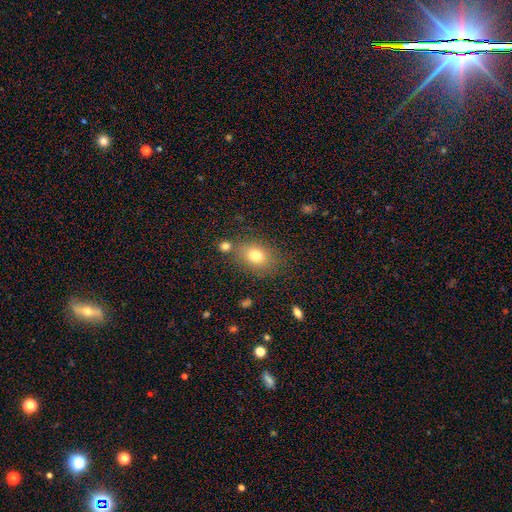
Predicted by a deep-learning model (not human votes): A smooth galaxy with no disk features (76%) that is in between round and cigar-shaped (63%). Merging: none (71%).